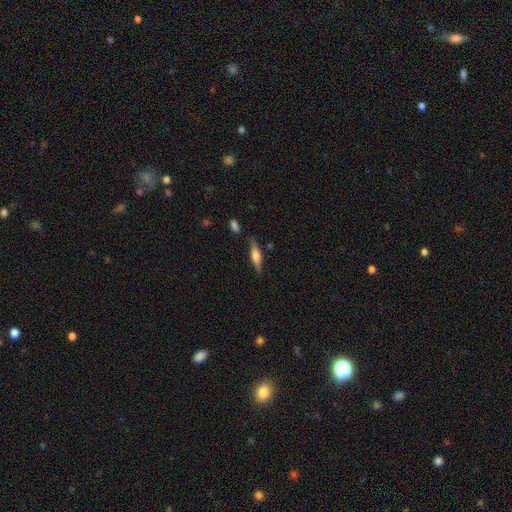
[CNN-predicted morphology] A featured or disk galaxy (54%) viewed edge-on (93%) with a rounded central bulge (80%). Merging: none (77%).